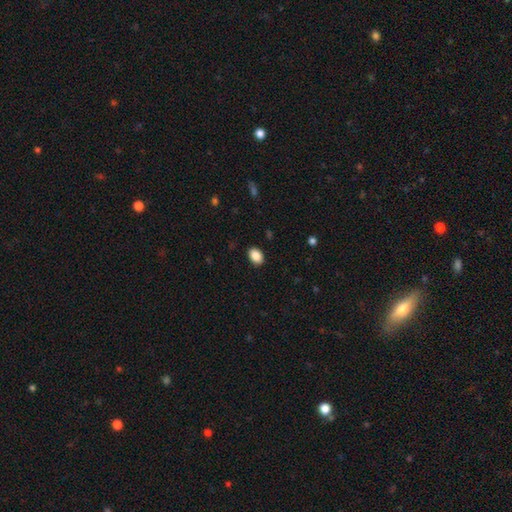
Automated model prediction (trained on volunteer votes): Smooth or featured? smooth (88%)
How rounded? in between (79%)
Merging? none (89%)